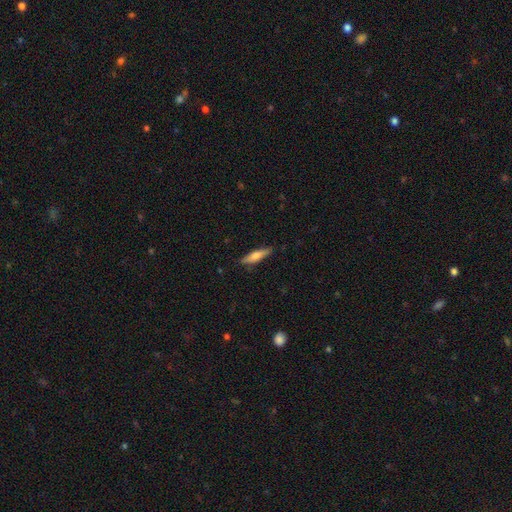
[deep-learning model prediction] smooth-or-featured: smooth: 63% | featured or disk: 31% | star or artifact: 6%
  how-rounded: cigar-shaped: 75% | in between: 23% | round: 2%
  merging: none: 85% | minor disturbance: 11% | major disturbance: 2% | merger: 1%